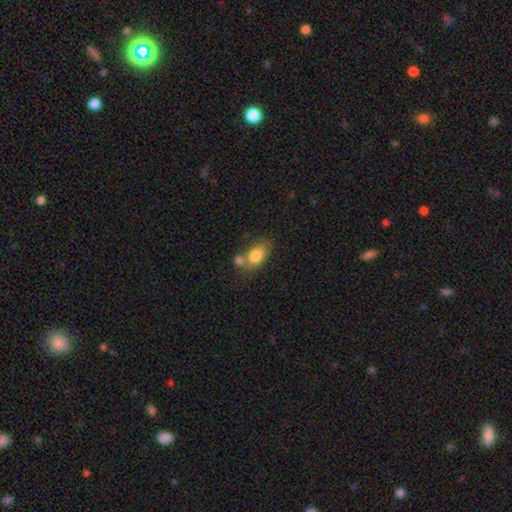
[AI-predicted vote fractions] smooth 79%, featured or disk 13%, star or artifact 8%. Down the decision tree: how rounded — in between (81%); merging — none (41%).